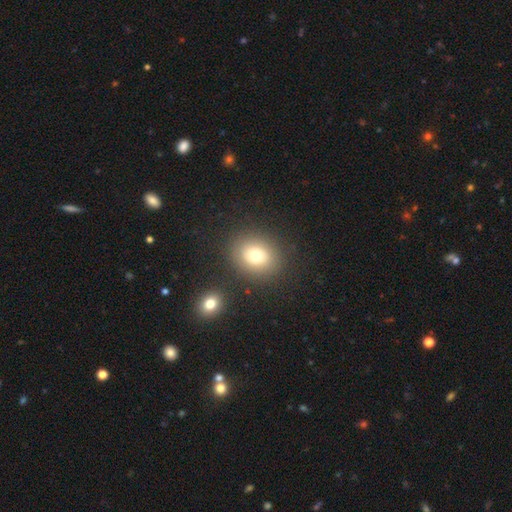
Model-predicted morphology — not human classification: Q: Smooth or featured?
A: smooth (75%); runner-up: featured or disk (13%)
Q: How rounded?
A: round (59%); runner-up: in between (40%)
Q: Merging?
A: none (82%); runner-up: minor disturbance (9%)